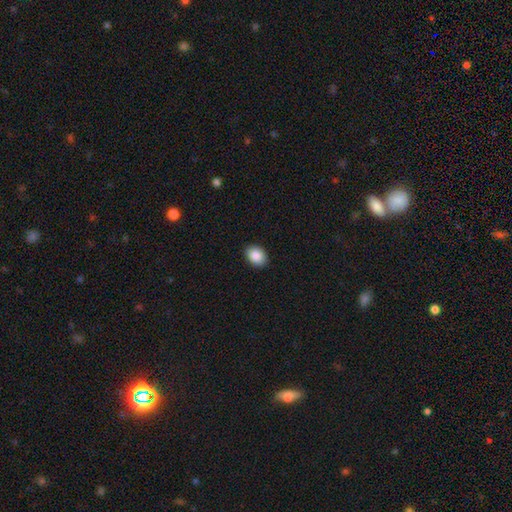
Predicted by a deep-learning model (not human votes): smooth_or_featured: smooth (p=0.86) [alt: star or artifact p=0.08]
how_rounded: in between (p=0.68) [alt: round p=0.31]
merging: none (p=0.90) [alt: minor disturbance p=0.07]